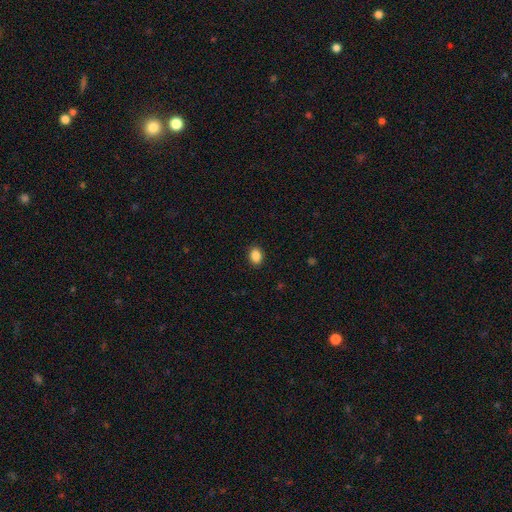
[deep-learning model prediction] Smooth or featured: smooth — 88% (star or artifact — 9%)
How rounded: in between — 63% (round — 36%)
Merging: none — 90% (minor disturbance — 7%)